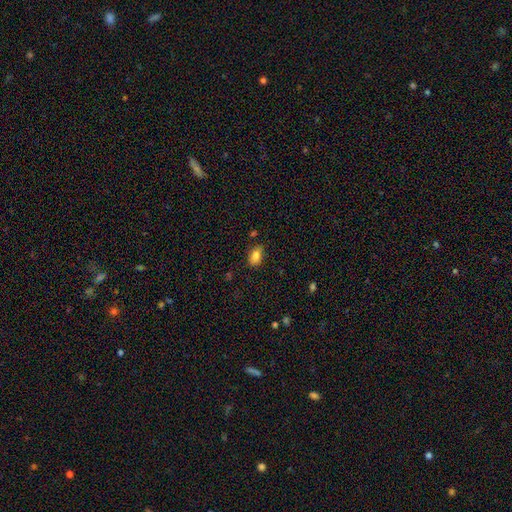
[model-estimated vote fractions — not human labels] A smooth galaxy with no disk features (82%) that is in between round and cigar-shaped (85%). Merging: none (78%).